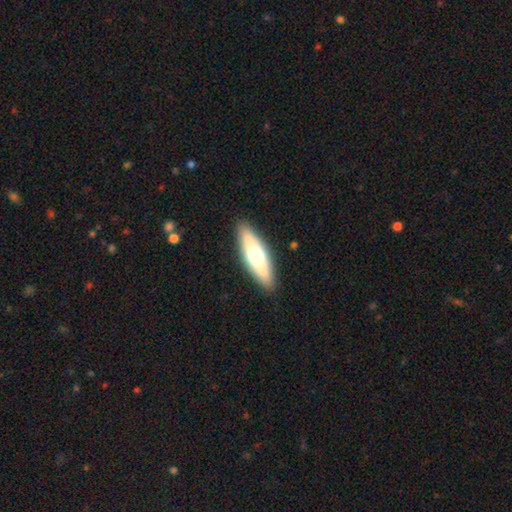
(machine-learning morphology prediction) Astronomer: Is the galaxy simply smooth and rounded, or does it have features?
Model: smooth — 56% (runner-up: featured or disk, 38%).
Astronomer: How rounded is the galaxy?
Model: in between — 52% (runner-up: cigar-shaped, 45%).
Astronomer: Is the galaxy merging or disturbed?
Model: none — 88%.